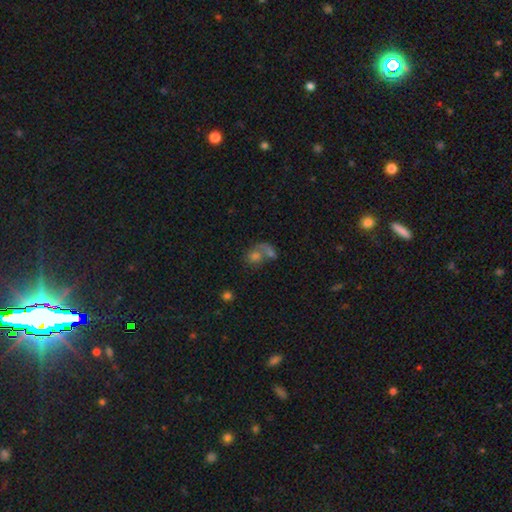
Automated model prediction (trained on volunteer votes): smooth 56%, featured or disk 25%, star or artifact 19%. Down the decision tree: how rounded — round (59%); merging — merger (57%).